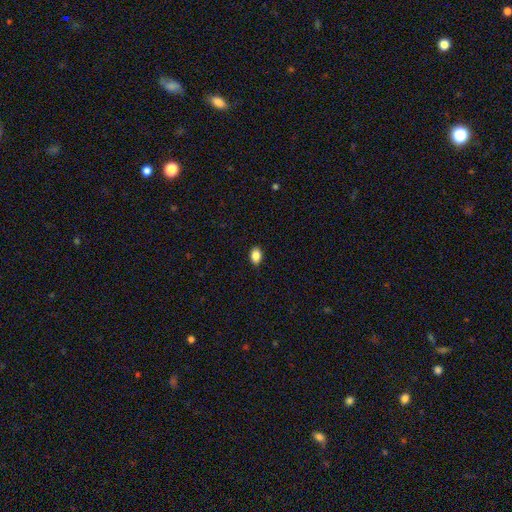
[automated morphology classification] smooth 87%, star or artifact 8%, featured or disk 4%. Down the decision tree: how rounded — in between (86%); merging — none (89%).